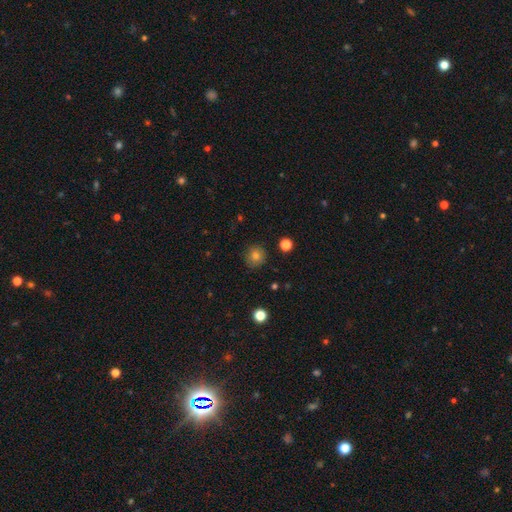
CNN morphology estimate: smooth_or_featured: smooth (p=0.80) [alt: star or artifact p=0.13]
how_rounded: round (p=0.92) [alt: in between p=0.08]
merging: none (p=0.88) [alt: minor disturbance p=0.08]